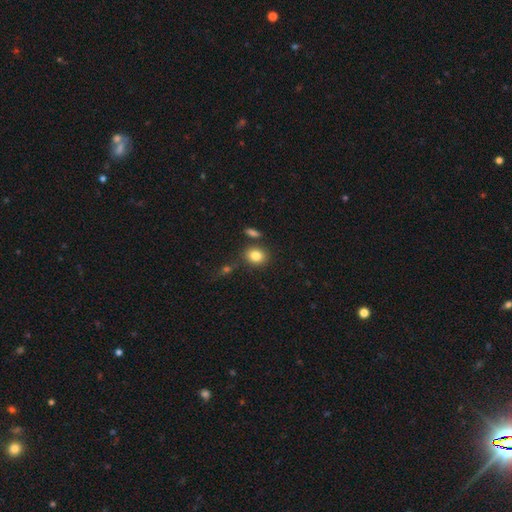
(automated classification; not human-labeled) Overall: smooth (83%). How rounded: round (61%; in between 38%). Merging: none (77%).